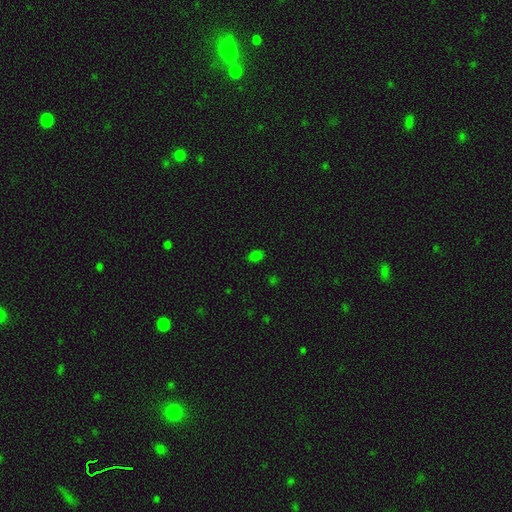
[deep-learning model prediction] smooth-or-featured: smooth: 76% | star or artifact: 20% | featured or disk: 4%
  how-rounded: in between: 74% | round: 24% | cigar-shaped: 1%
  merging: none: 84% | minor disturbance: 12% | major disturbance: 3% | merger: 2%